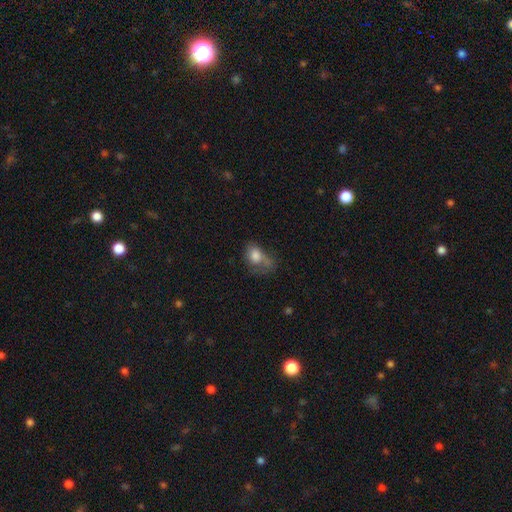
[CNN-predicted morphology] The model was most divided on "merging": major disturbance: 42%, minor disturbance: 25%, none: 23%, merger: 10%. More confident: smooth or featured — smooth (72%); how rounded — in between (69%).